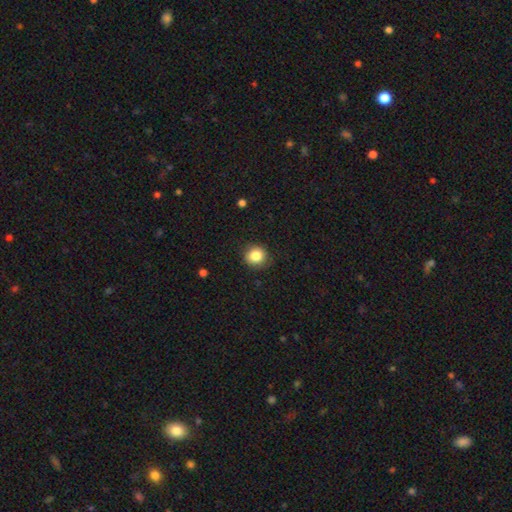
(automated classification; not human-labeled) A smooth galaxy with no disk features (85%) that is round (86%).

Vote fractions:
- Smooth or featured? smooth: 85% / star or artifact: 10% / featured or disk: 5%
- How rounded? round: 86% / in between: 13% / cigar-shaped: 1%
- Merging? none: 87% / minor disturbance: 10% / major disturbance: 3% / merger: 1%